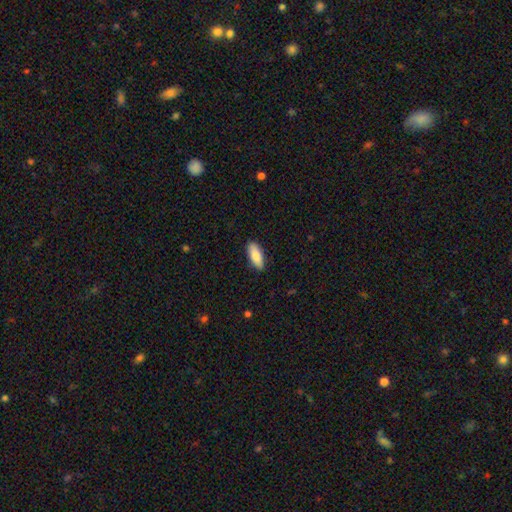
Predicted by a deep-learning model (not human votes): smooth 87%, featured or disk 7%, star or artifact 6%. Down the decision tree: how rounded — in between (78%); merging — none (88%).